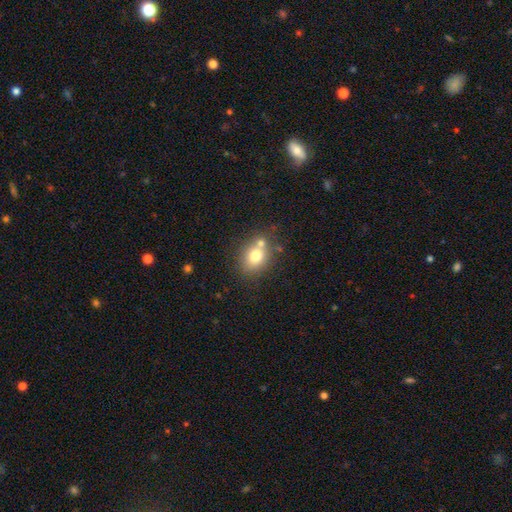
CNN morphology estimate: Smooth or featured?
  - smooth: 75% *
  - featured or disk: 14%
  - star or artifact: 11%
How rounded?
  - round: 50% *
  - in between: 49%
  - cigar-shaped: 1%
Merging?
  - none: 59% *
  - merger: 23%
  - minor disturbance: 13%
  - major disturbance: 4%